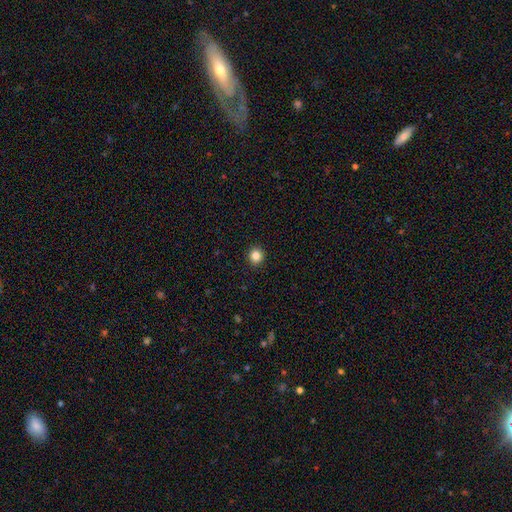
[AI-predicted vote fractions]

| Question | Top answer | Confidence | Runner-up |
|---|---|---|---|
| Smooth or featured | smooth | 85% | star or artifact (11%) |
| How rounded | round | 92% | in between (7%) |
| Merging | none | 93% | minor disturbance (5%) |